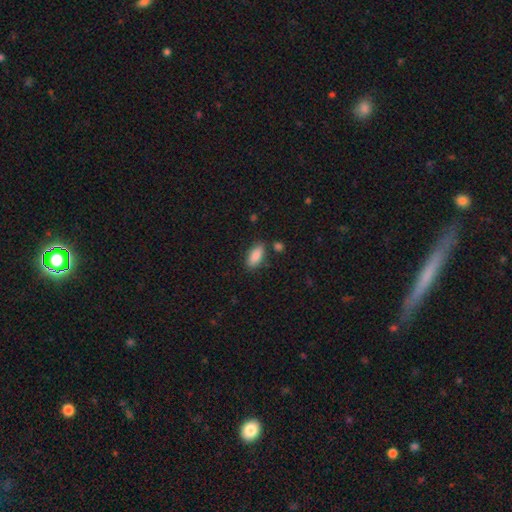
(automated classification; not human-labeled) Smooth or featured?
  - smooth: 88% *
  - star or artifact: 7%
  - featured or disk: 5%
How rounded?
  - in between: 87% *
  - cigar-shaped: 11%
  - round: 2%
Merging?
  - none: 82% *
  - minor disturbance: 12%
  - merger: 4%
  - major disturbance: 3%